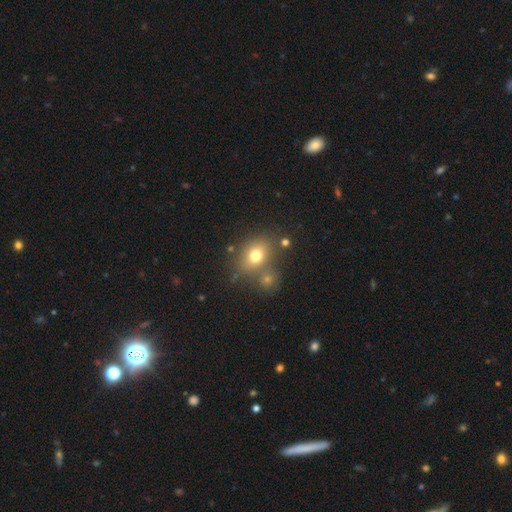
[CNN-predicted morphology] Smooth or featured?
  - smooth: 73% *
  - star or artifact: 14%
  - featured or disk: 13%
How rounded?
  - in between: 52% *
  - round: 47%
  - cigar-shaped: 1%
Merging?
  - none: 62% *
  - merger: 21%
  - minor disturbance: 12%
  - major disturbance: 5%